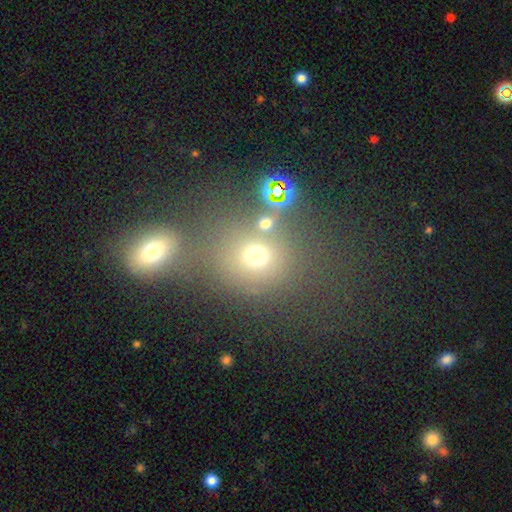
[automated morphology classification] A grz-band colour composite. It shows a smooth galaxy with no disk features (66%) that is round (74%). Merging: none (56%).